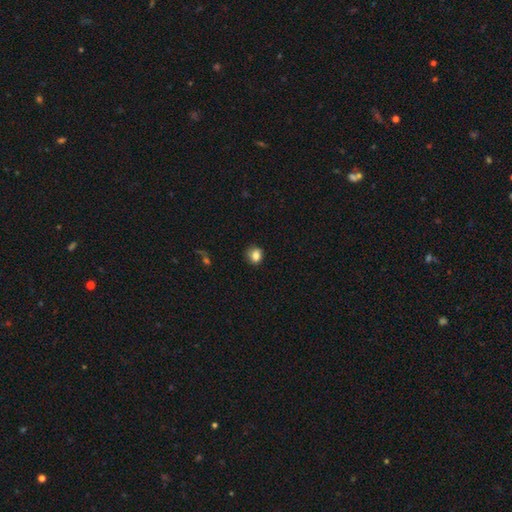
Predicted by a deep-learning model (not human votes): smooth_or_featured: smooth (p=0.81) [alt: star or artifact p=0.11]
how_rounded: round (p=0.71) [alt: in between p=0.28]
merging: none (p=0.73) [alt: minor disturbance p=0.20]